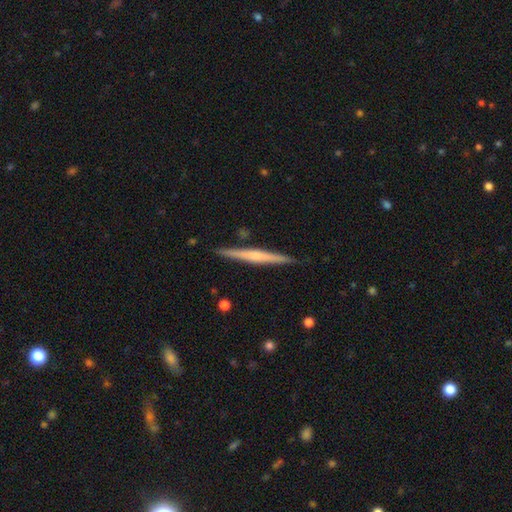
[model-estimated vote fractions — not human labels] Smooth or featured? Predicted: featured or disk (p=0.64). Edge-on disk? Predicted: yes (p=0.98). Edge-on bulge? Predicted: rounded (p=0.52). Merging? Predicted: none (p=0.90).